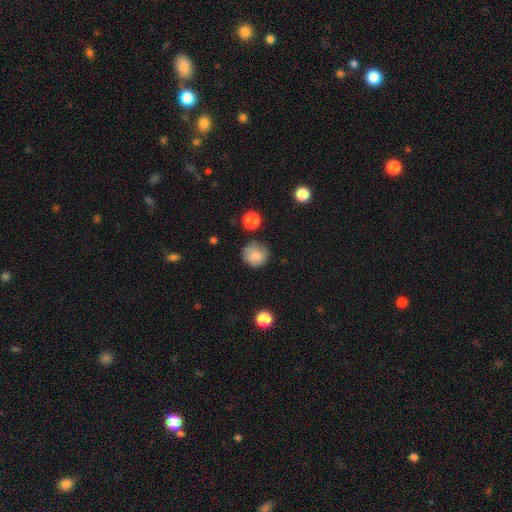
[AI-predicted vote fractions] Smooth or featured? Predicted: smooth (p=0.80). How rounded? Predicted: round (p=0.92). Merging? Predicted: none (p=0.77).